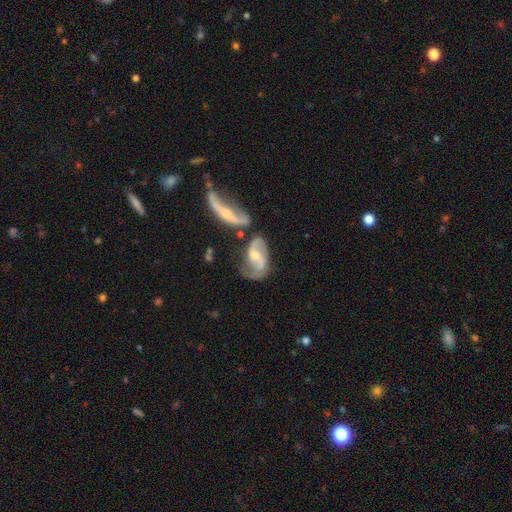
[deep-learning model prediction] Overall: featured or disk (81%). Edge-on disk: no (95%). Bar: weak (46%; no 38%). Spiral arms: yes (92%). Spiral arm count: 2 (86%). Spiral winding: loose (43%; medium 42%). Bulge size: moderate (52%; small 40%). Merging: none (43%; merger 26%).